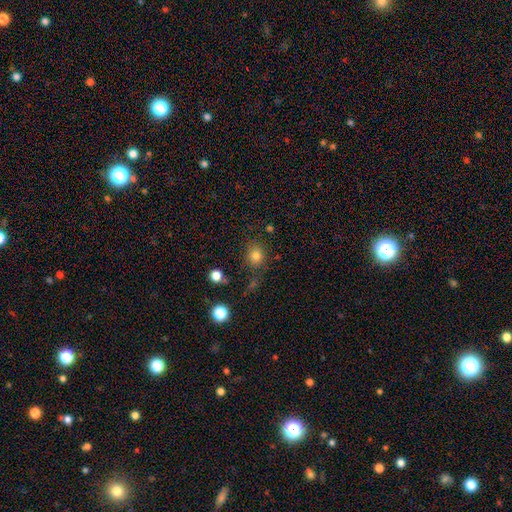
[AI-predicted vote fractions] Smooth or featured: smooth — 79% (star or artifact — 14%)
How rounded: round — 72% (in between — 27%)
Merging: none — 73% (minor disturbance — 15%)